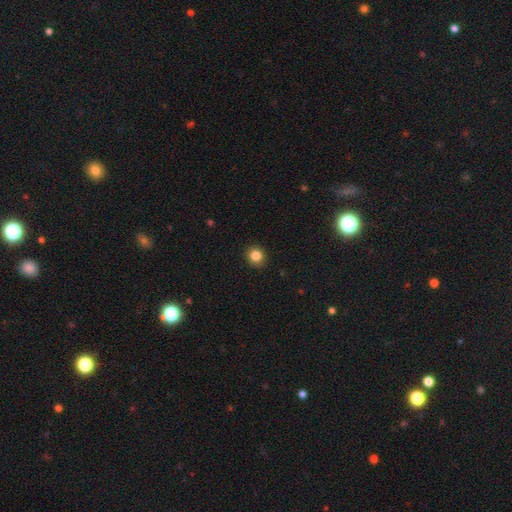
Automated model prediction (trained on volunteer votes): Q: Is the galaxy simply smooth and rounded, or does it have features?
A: smooth — 85%.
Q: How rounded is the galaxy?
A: round — 82%.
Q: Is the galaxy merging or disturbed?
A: none — 90%.